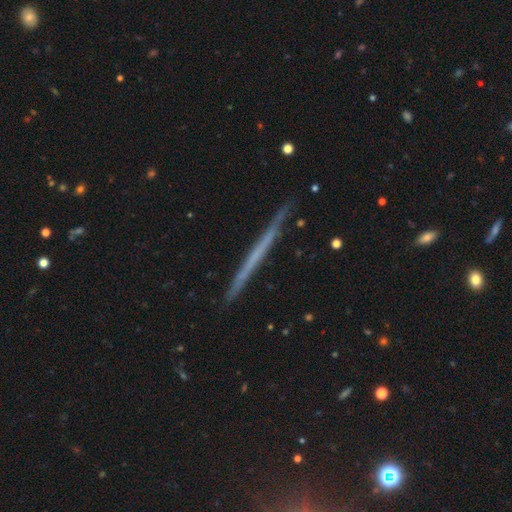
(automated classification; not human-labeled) The model was most divided on "smooth or featured": featured or disk: 57%, smooth: 34%, star or artifact: 8%. More confident: edge-on disk — yes (97%); edge-on bulge — none (92%); merging — none (90%).